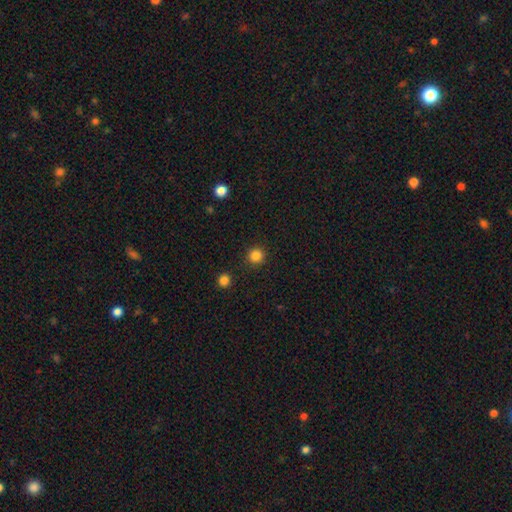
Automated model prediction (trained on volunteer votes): Smooth or featured?
  - smooth: 85% *
  - star or artifact: 12%
  - featured or disk: 3%
How rounded?
  - round: 94% *
  - in between: 5%
  - cigar-shaped: 1%
Merging?
  - none: 91% *
  - minor disturbance: 5%
  - major disturbance: 2%
  - merger: 2%